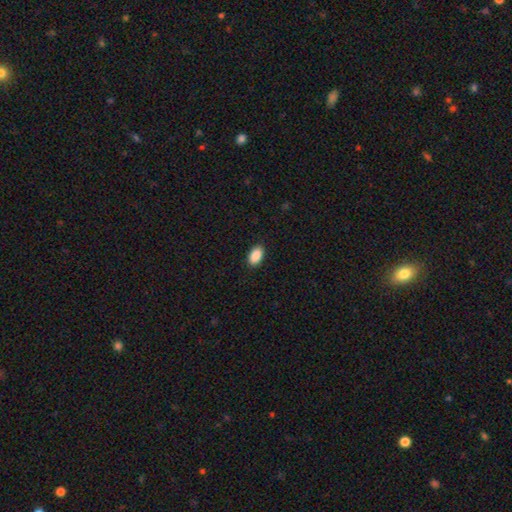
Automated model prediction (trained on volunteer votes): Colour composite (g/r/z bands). It shows a smooth galaxy with no disk features (90%) that is in between round and cigar-shaped (93%). Merging: none (89%).